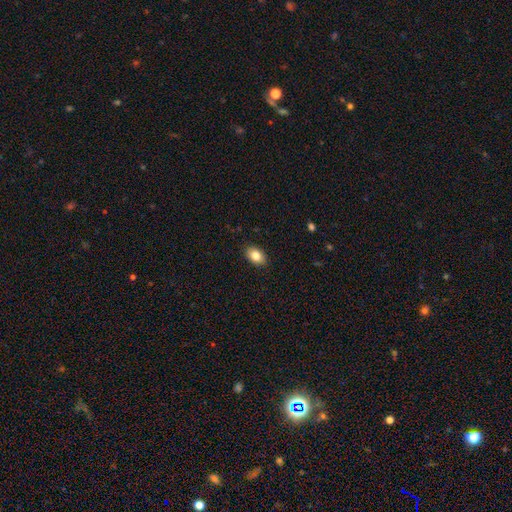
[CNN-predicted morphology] A smooth galaxy with no disk features (84%) that is in between round and cigar-shaped (86%).

Vote fractions:
- Smooth or featured? smooth: 84% / featured or disk: 8% / star or artifact: 8%
- How rounded? in between: 86% / round: 13% / cigar-shaped: 1%
- Merging? none: 89% / minor disturbance: 8% / major disturbance: 2% / merger: 1%